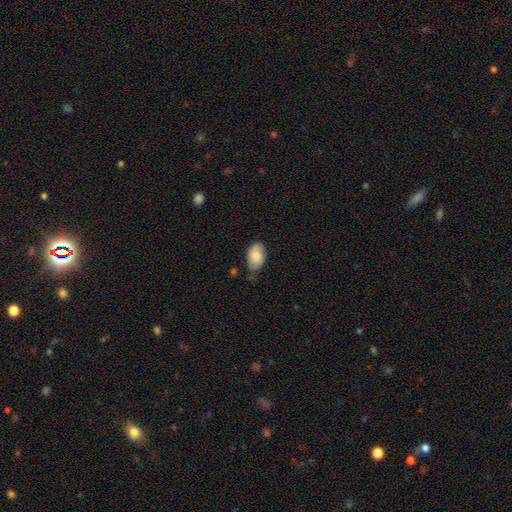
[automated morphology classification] Smooth or featured? smooth (80%)
How rounded? in between (92%)
Merging? none (55%)